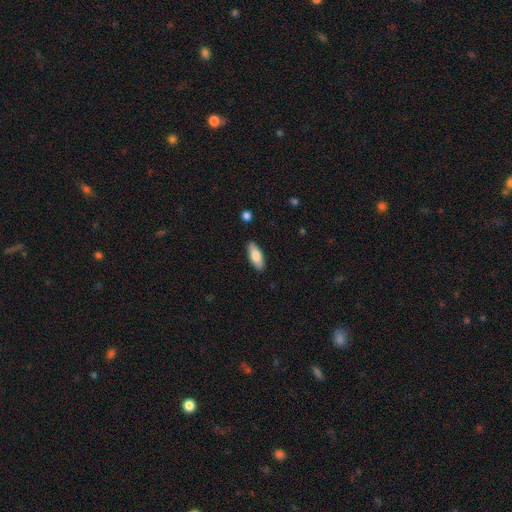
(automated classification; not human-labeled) Smooth or featured: smooth — 80% (featured or disk — 14%)
How rounded: in between — 77% (cigar-shaped — 22%)
Merging: none — 88% (minor disturbance — 9%)